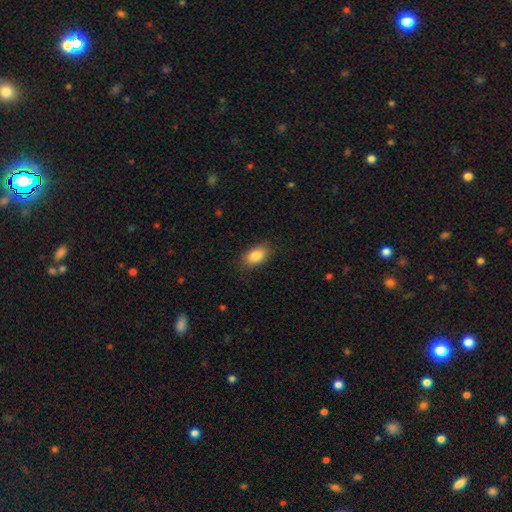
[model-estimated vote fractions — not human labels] smooth_or_featured: smooth (p=0.86) [alt: star or artifact p=0.07]
how_rounded: in between (p=0.90) [alt: round p=0.08]
merging: none (p=0.85) [alt: minor disturbance p=0.11]